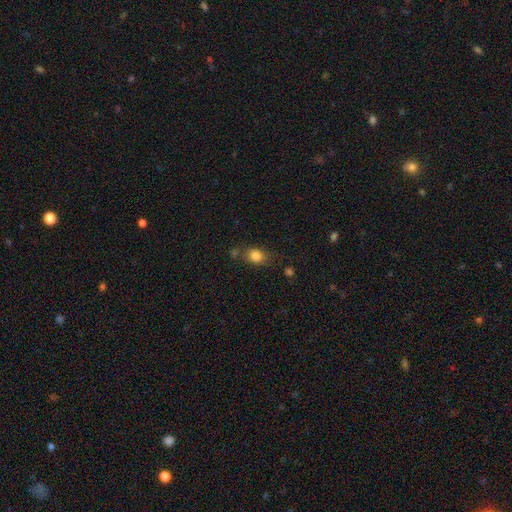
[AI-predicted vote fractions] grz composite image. It shows a smooth galaxy with no disk features (82%) that is in between round and cigar-shaped (57%). Merging: none (63%).